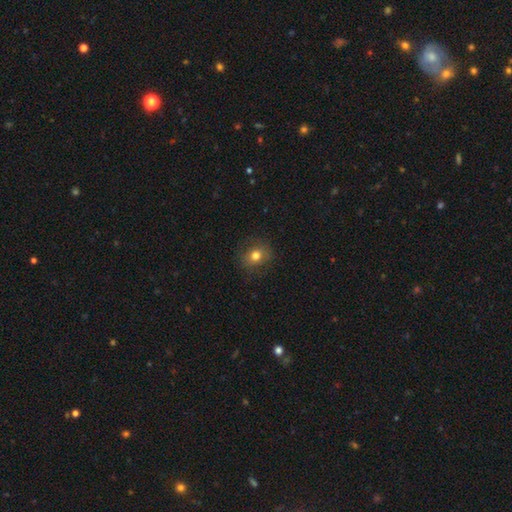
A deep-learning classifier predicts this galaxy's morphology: smooth-or-featured: smooth: 76% | star or artifact: 12% | featured or disk: 12%
  how-rounded: round: 72% | in between: 27% | cigar-shaped: 1%
  merging: none: 83% | minor disturbance: 12% | major disturbance: 4% | merger: 1%